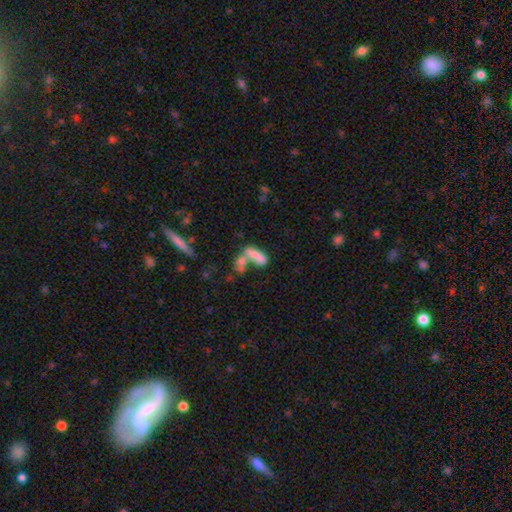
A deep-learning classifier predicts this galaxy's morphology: A smooth galaxy with no disk features (71%) that is in between round and cigar-shaped (59%). Merging: merger (53%).